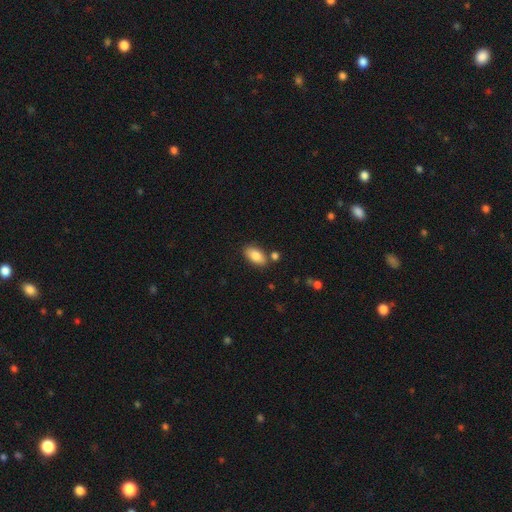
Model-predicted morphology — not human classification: Smooth or featured? smooth (85%)
How rounded? in between (92%)
Merging? none (79%)